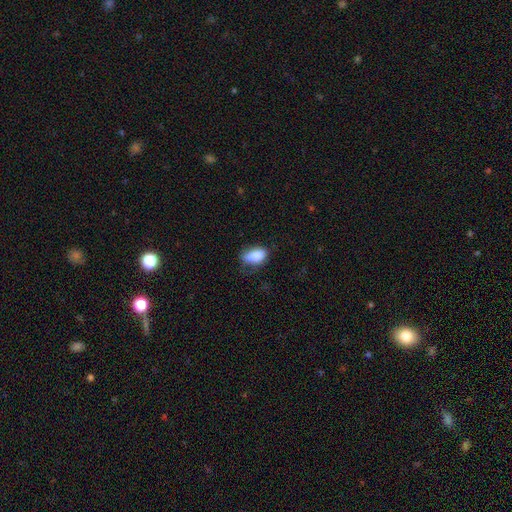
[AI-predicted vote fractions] Smooth or featured? Predicted: smooth (p=0.84). How rounded? Predicted: in between (p=0.89). Merging? Predicted: none (p=0.53).